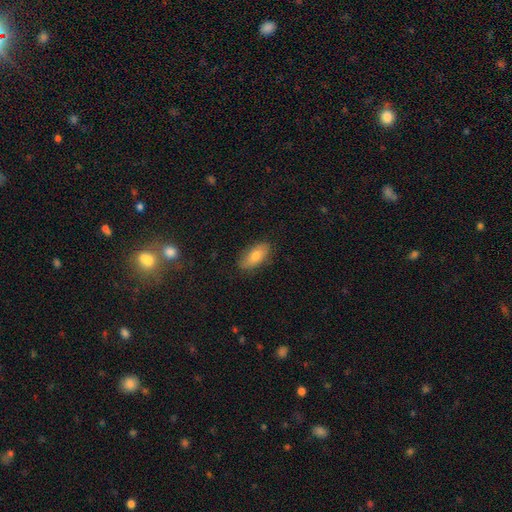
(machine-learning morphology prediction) A smooth galaxy with no disk features (77%) that is in between round and cigar-shaped (87%). Merging: none (81%).